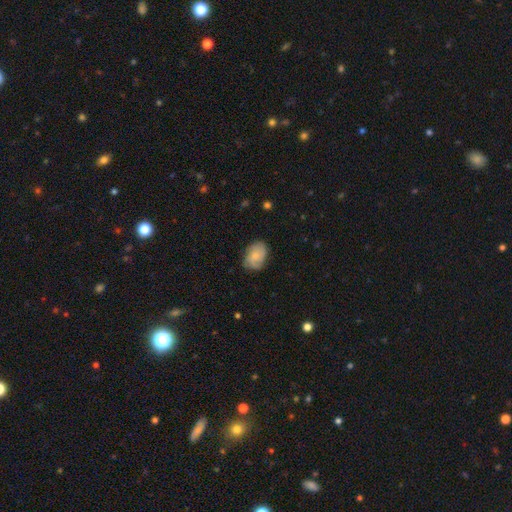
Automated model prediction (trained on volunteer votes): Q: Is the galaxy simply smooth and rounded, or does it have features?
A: smooth — 54%.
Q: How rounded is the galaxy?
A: in between — 76%.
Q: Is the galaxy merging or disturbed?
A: none — 69%.